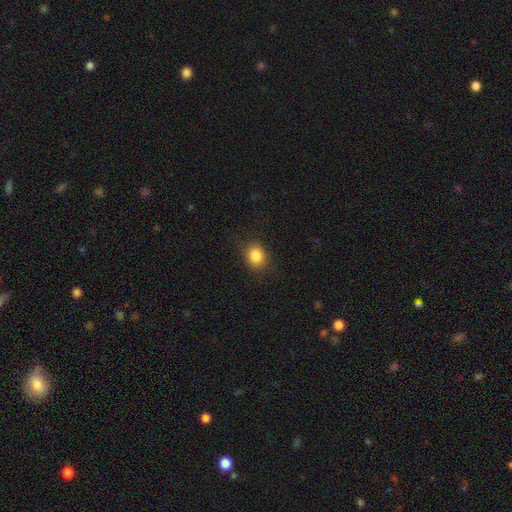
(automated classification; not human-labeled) Smooth or featured: smooth — 85% (star or artifact — 10%)
How rounded: round — 55% (in between — 44%)
Merging: none — 84% (minor disturbance — 11%)